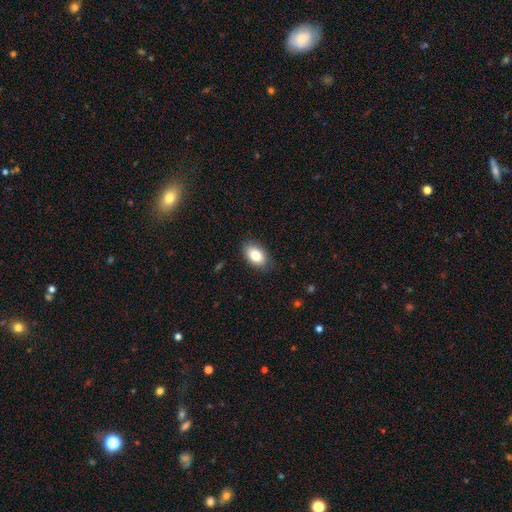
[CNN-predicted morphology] Smooth or featured? Predicted: smooth (p=0.82). How rounded? Predicted: in between (p=0.90). Merging? Predicted: none (p=0.83).